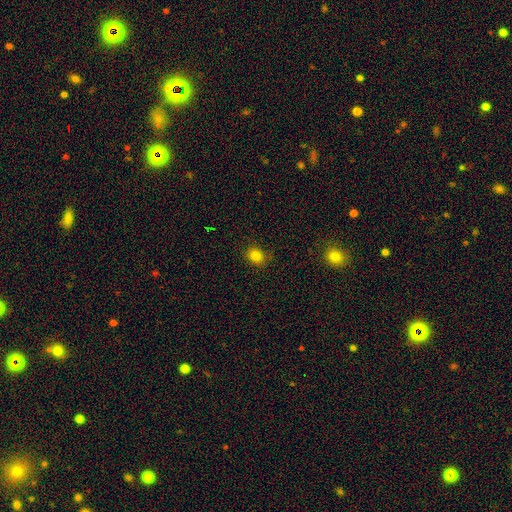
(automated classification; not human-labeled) Q: Smooth or featured?
A: smooth (81%); runner-up: star or artifact (13%)
Q: How rounded?
A: round (64%); runner-up: in between (35%)
Q: Merging?
A: none (86%); runner-up: minor disturbance (11%)